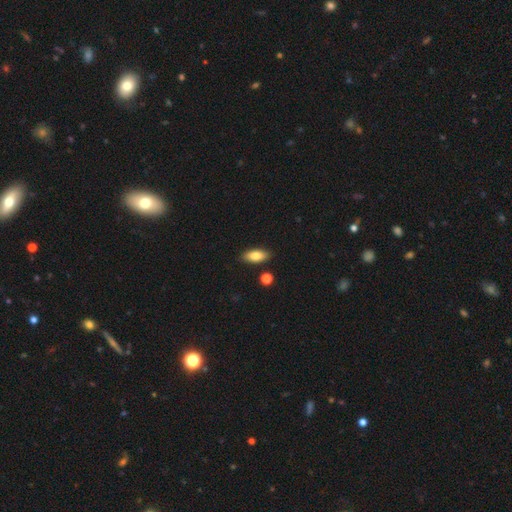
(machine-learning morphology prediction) smooth_or_featured: smooth (p=0.82) [alt: featured or disk p=0.11]
how_rounded: in between (p=0.84) [alt: cigar-shaped p=0.13]
merging: none (p=0.86) [alt: minor disturbance p=0.09]